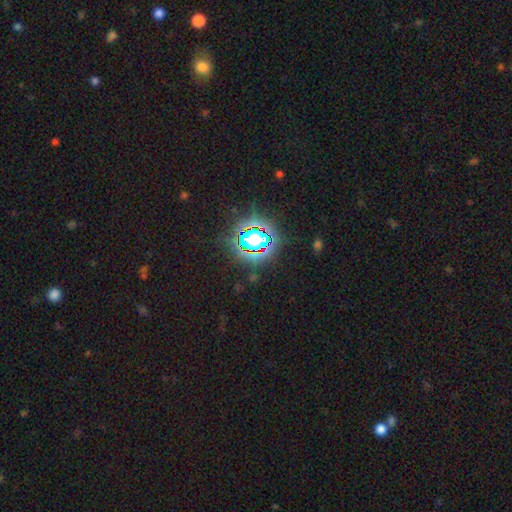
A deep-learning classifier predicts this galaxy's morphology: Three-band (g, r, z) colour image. It shows a star or artifact, not a galaxy (79%).